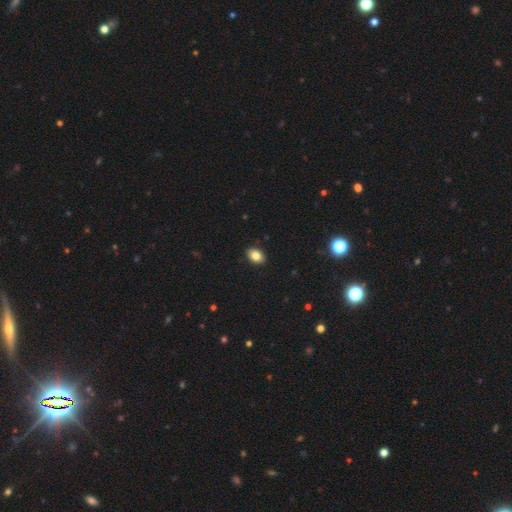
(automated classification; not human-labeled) Smooth or featured: smooth — 83% (star or artifact — 9%)
How rounded: in between — 76% (round — 23%)
Merging: none — 90% (minor disturbance — 7%)